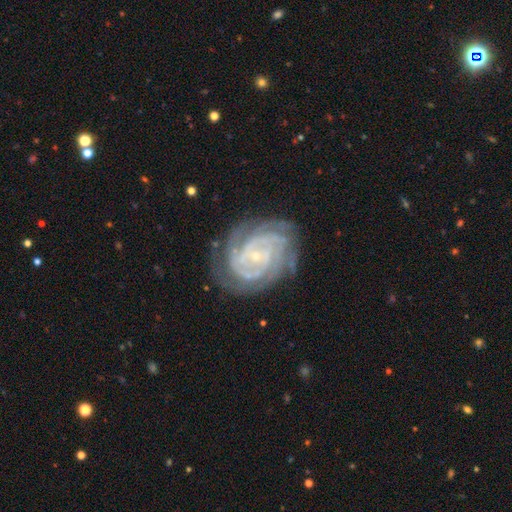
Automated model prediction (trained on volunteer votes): smooth-or-featured: featured or disk: 90% | star or artifact: 6% | smooth: 4%
  disk-edge-on: no: 97% | yes: 3%
    bar: no: 63% | weak: 27% | strong: 11%
    has-spiral-arms: yes: 98% | no: 2%
      spiral-winding: tight: 82% | medium: 16% | loose: 2%
      spiral-arm-count: 3: 24% | 4: 22% | can't tell: 19% | 2: 19% | more than 4: 10% | 1: 7%
    bulge-size: small: 85% | moderate: 10% | none: 2% | large: 1% | dominant: 1%
  merging: none: 77% | minor disturbance: 16% | major disturbance: 6% | merger: 1%